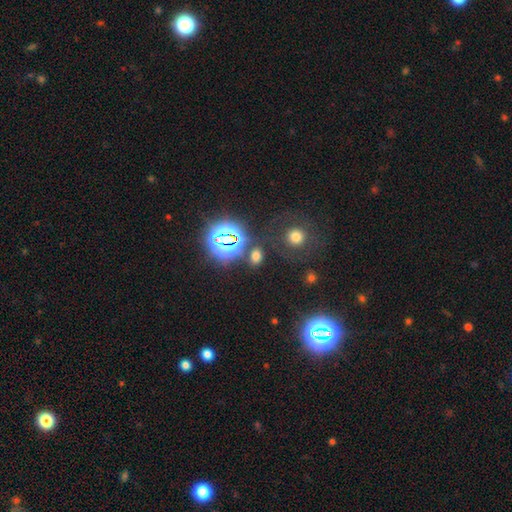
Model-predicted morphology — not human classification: smooth-or-featured: smooth: 53% | star or artifact: 39% | featured or disk: 8%
  how-rounded: in between: 65% | round: 32% | cigar-shaped: 3%
  merging: none: 75% | minor disturbance: 10% | merger: 8% | major disturbance: 7%